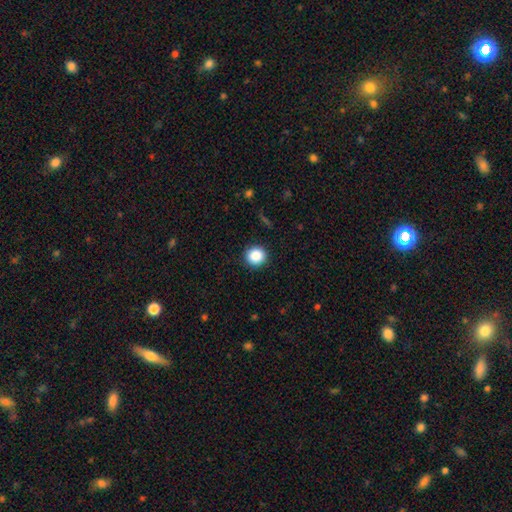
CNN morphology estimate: This appears to be a smooth galaxy with no disk features (88%) that is round (93%). Merging: none (91%).